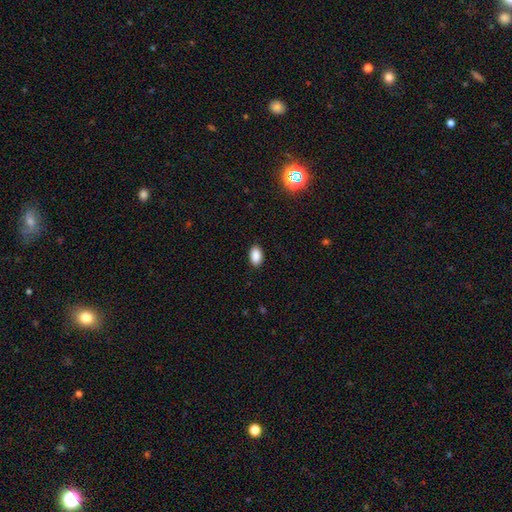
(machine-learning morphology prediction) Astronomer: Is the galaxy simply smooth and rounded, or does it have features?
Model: smooth — 90%.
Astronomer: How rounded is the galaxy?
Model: in between — 93%.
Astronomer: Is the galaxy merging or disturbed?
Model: none — 89%.